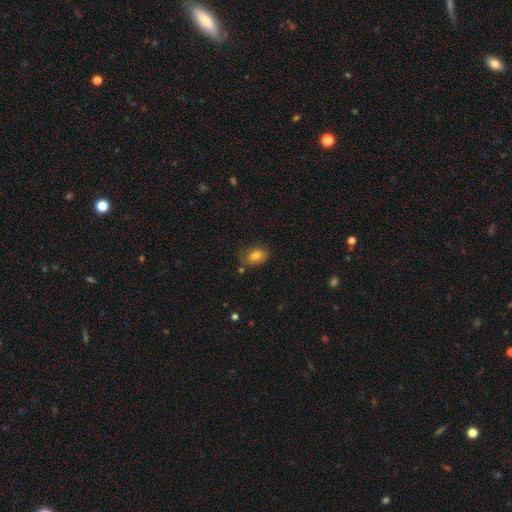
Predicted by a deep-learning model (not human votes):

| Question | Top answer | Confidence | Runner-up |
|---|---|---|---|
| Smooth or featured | smooth | 79% | featured or disk (12%) |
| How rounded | in between | 83% | round (15%) |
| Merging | none | 74% | minor disturbance (18%) |